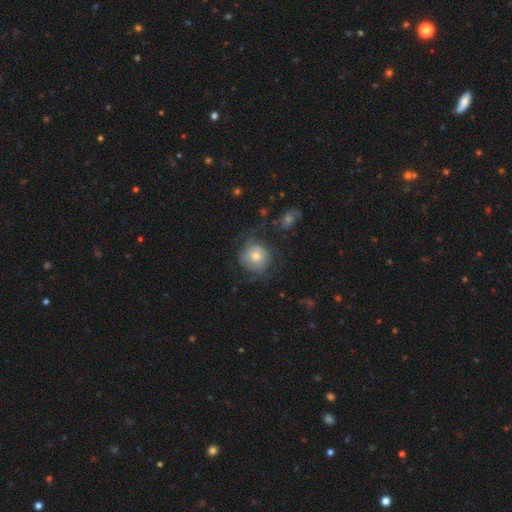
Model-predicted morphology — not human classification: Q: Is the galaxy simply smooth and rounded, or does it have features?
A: smooth — 58%.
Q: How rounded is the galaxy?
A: round — 87%.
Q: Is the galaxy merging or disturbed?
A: none — 64%.